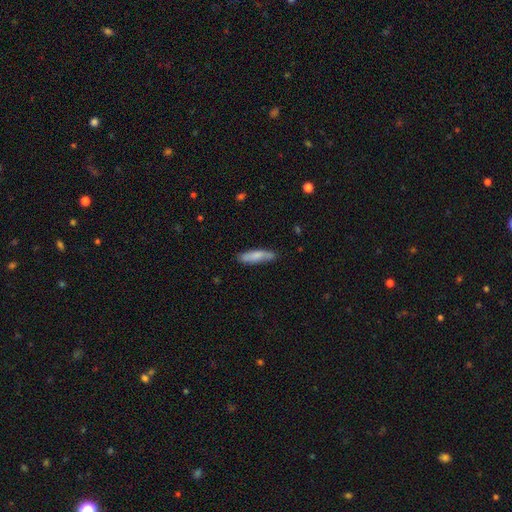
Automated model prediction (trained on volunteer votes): smooth_or_featured: smooth (p=0.76) [alt: featured or disk p=0.18]
how_rounded: cigar-shaped (p=0.68) [alt: in between p=0.30]
merging: none (p=0.76) [alt: minor disturbance p=0.19]